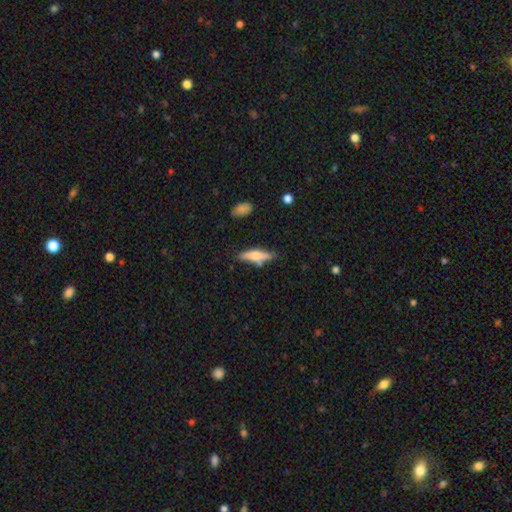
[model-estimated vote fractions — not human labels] A smooth galaxy with no disk features (55%) that is cigar-shaped (72%).

Vote fractions:
- Smooth or featured? smooth: 55% / featured or disk: 38% / star or artifact: 6%
- How rounded? cigar-shaped: 72% / in between: 26% / round: 2%
- Merging? none: 72% / minor disturbance: 17% / merger: 7% / major disturbance: 4%